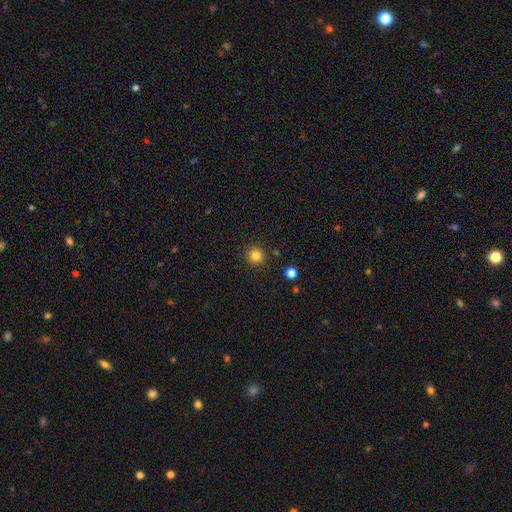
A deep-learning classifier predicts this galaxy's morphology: This is clearly a smooth galaxy (82%). How rounded: clearly round (93%). Merging: clearly none (89%).